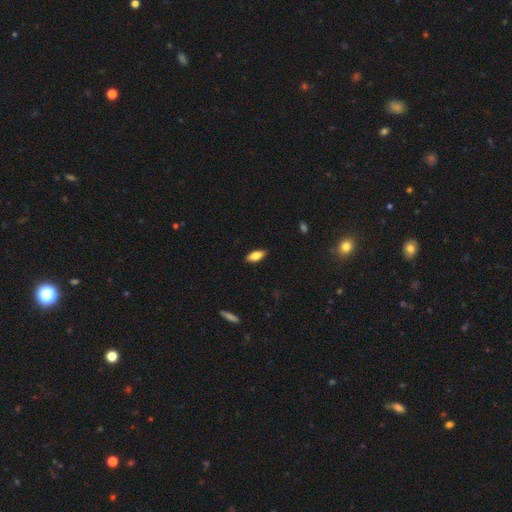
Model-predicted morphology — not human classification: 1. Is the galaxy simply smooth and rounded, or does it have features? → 78% smooth, 15% featured or disk, 7% star or artifact.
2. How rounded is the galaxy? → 84% in between, 14% cigar-shaped, 2% round.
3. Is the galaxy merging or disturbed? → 89% none, 8% minor disturbance, 2% major disturbance, 1% merger.